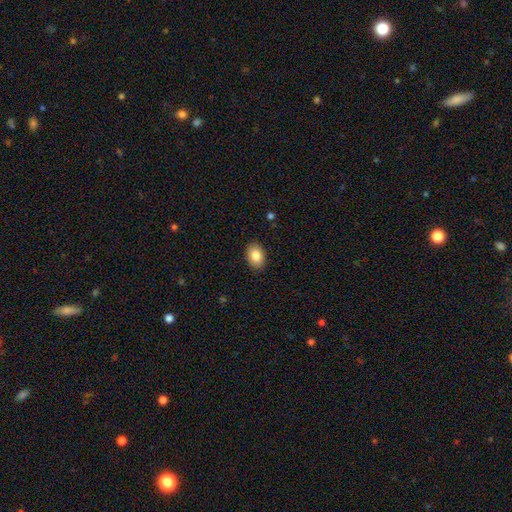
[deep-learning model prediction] A smooth galaxy with no disk features (85%) that is in between round and cigar-shaped (81%).

Vote fractions:
- Smooth or featured? smooth: 85% / star or artifact: 8% / featured or disk: 7%
- How rounded? in between: 81% / round: 18% / cigar-shaped: 1%
- Merging? none: 89% / minor disturbance: 8% / major disturbance: 2% / merger: 1%